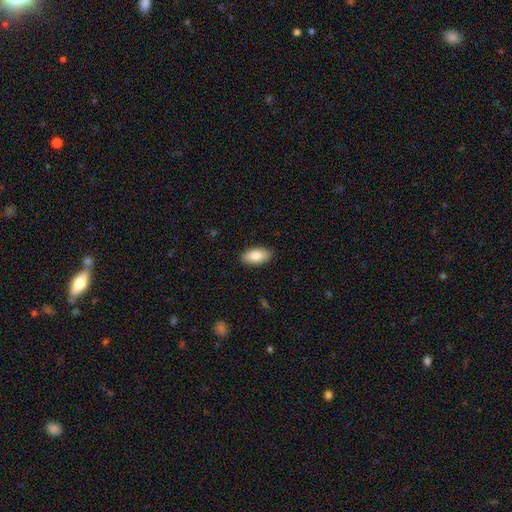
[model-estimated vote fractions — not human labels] A smooth galaxy with no disk features (84%) that is in between round and cigar-shaped (94%).

Vote fractions:
- Smooth or featured? smooth: 84% / featured or disk: 10% / star or artifact: 6%
- How rounded? in between: 94% / cigar-shaped: 4% / round: 3%
- Merging? none: 89% / minor disturbance: 8% / major disturbance: 2% / merger: 1%